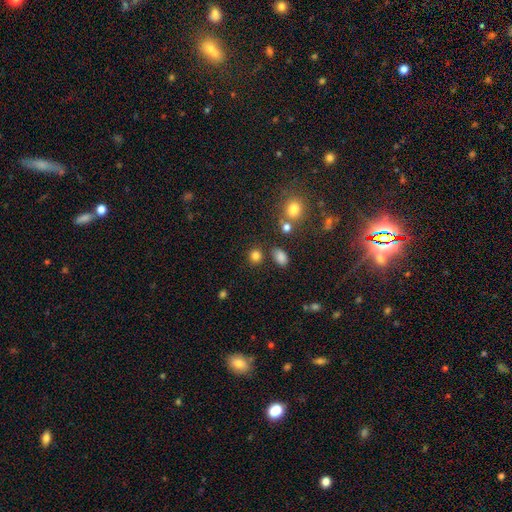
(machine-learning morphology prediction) Q: Smooth or featured?
A: smooth (82%); runner-up: star or artifact (13%)
Q: How rounded?
A: round (75%); runner-up: in between (24%)
Q: Merging?
A: none (79%); runner-up: minor disturbance (10%)